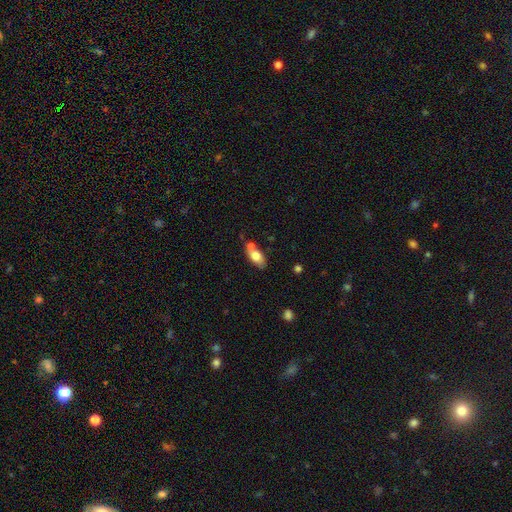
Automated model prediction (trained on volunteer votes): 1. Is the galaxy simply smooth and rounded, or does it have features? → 74% smooth, 18% featured or disk, 7% star or artifact.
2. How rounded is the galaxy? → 88% in between, 6% cigar-shaped, 6% round.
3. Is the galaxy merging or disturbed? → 60% none, 21% merger, 15% minor disturbance, 4% major disturbance.